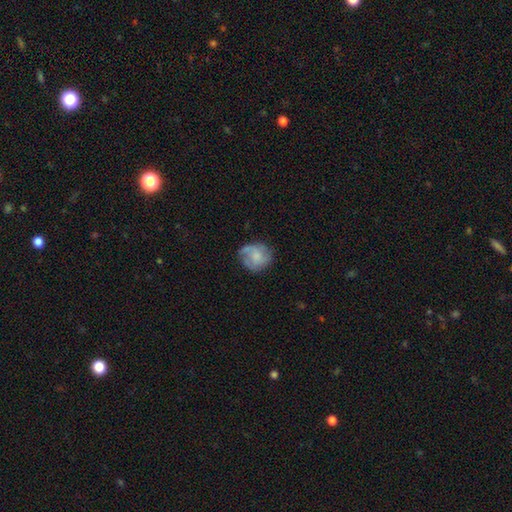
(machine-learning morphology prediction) type=smooth (56%); roundness=round (78%); merging=none (64%).